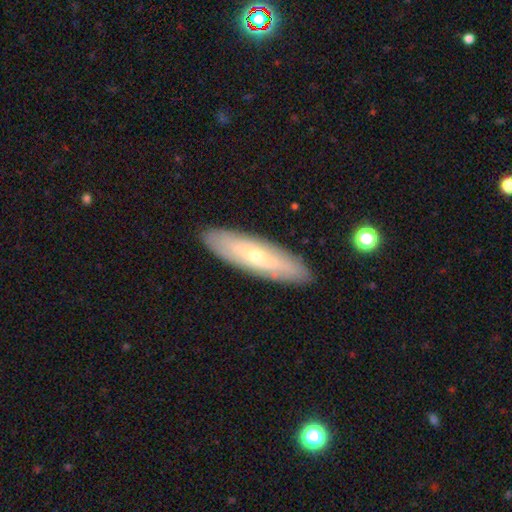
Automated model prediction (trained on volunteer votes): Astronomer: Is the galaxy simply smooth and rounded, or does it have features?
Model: featured or disk — 56% (runner-up: smooth, 38%).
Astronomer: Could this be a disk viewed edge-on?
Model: no — 57% (runner-up: yes, 43%).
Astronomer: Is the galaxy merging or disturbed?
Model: none — 88%.